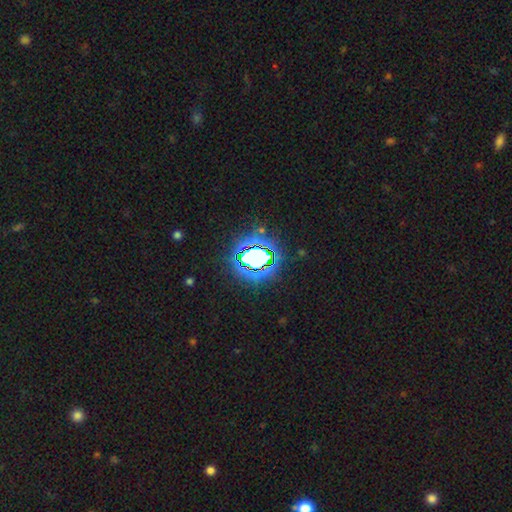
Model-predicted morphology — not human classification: A star or artifact, not a galaxy (71%).